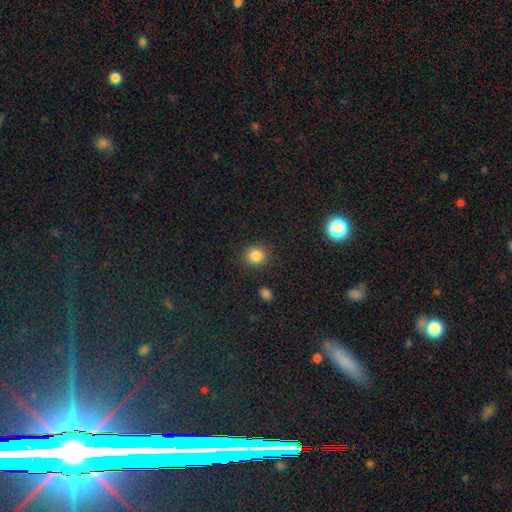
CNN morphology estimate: Smooth or featured: smooth — 84% (star or artifact — 11%)
How rounded: round — 85% (in between — 14%)
Merging: none — 88% (minor disturbance — 7%)